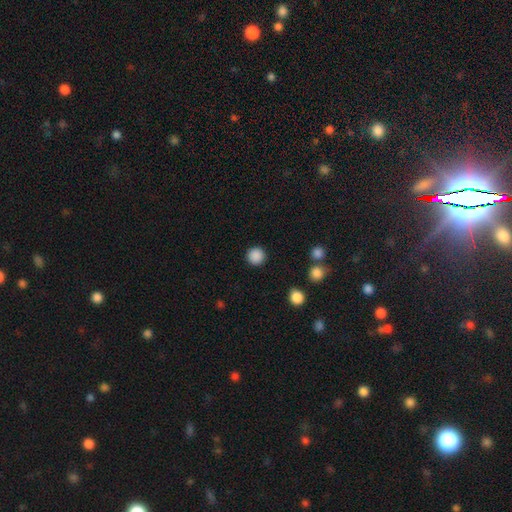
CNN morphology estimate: This is clearly a smooth galaxy (88%). How rounded: clearly round (95%). Merging: clearly none (91%).